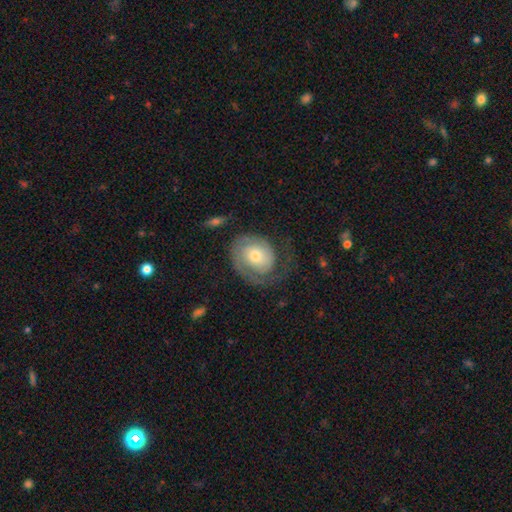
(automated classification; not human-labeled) featured or disk 71%, smooth 24%, star or artifact 6%. Down the decision tree: edge-on disk — no (97%); bar — no (76%); spiral arms — yes (90%); spiral arm count — 1 (56%); spiral winding — tight (59%); bulge size — moderate (52%); merging — none (55%).